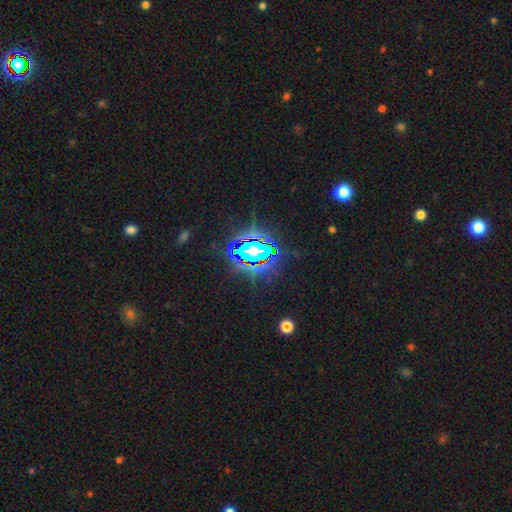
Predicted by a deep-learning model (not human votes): Smooth or featured?
  - star or artifact: 81% *
  - smooth: 12%
  - featured or disk: 8%